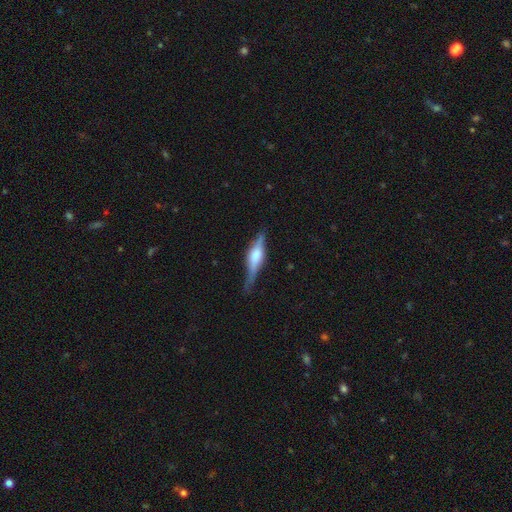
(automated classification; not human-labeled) A featured or disk galaxy (69%) viewed edge-on (96%) with a rounded central bulge (67%).

Vote fractions:
- Smooth or featured? featured or disk: 69% / smooth: 25% / star or artifact: 6%
- Edge-on disk? yes: 96% / no: 4%
- Edge-on bulge? rounded: 67% / boxy: 28% / none: 4%
- Merging? none: 75% / minor disturbance: 19% / major disturbance: 5% / merger: 2%